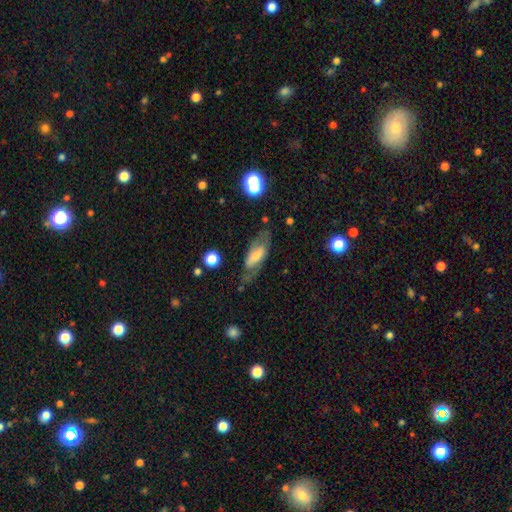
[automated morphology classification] Smooth or featured? featured or disk (52%)
Edge-on disk? no (81%)
Merging? none (62%)